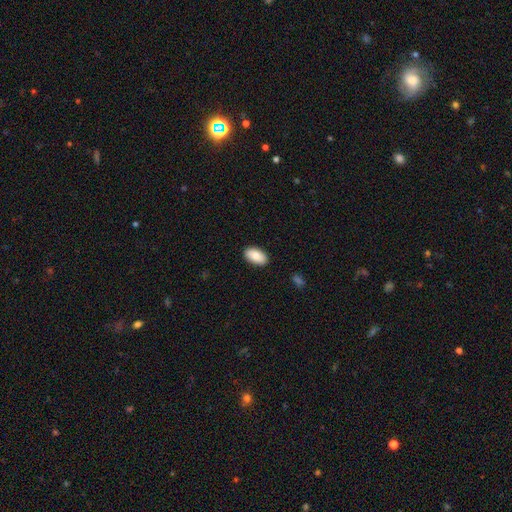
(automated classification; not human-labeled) The model was most divided on "smooth or featured": smooth: 85%, featured or disk: 9%, star or artifact: 6%. More confident: how rounded — in between (95%); merging — none (90%).